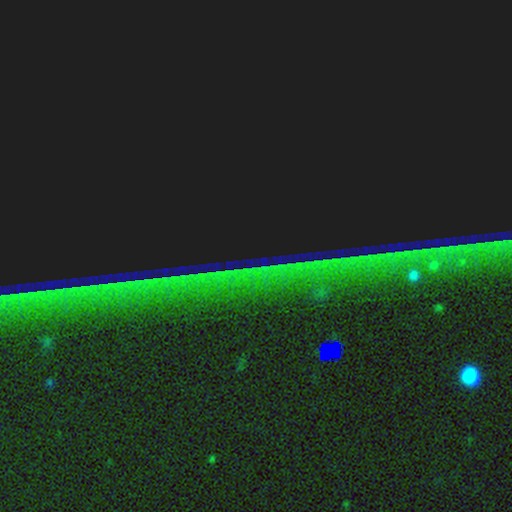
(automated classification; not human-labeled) Morphology: type=star or artifact (87%).